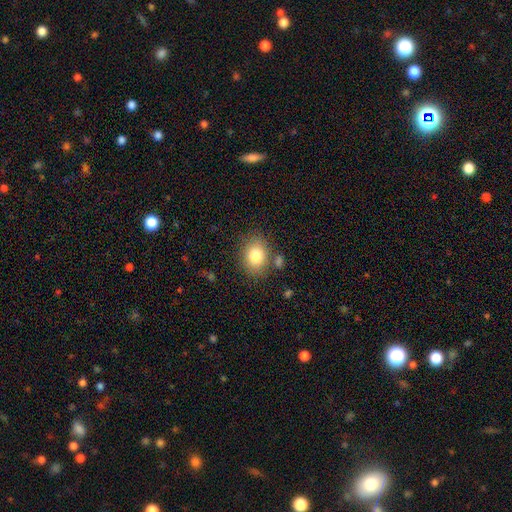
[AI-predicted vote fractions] This appears to be a smooth galaxy with no disk features (81%) that is in between round and cigar-shaped (55%). Merging: none (77%).